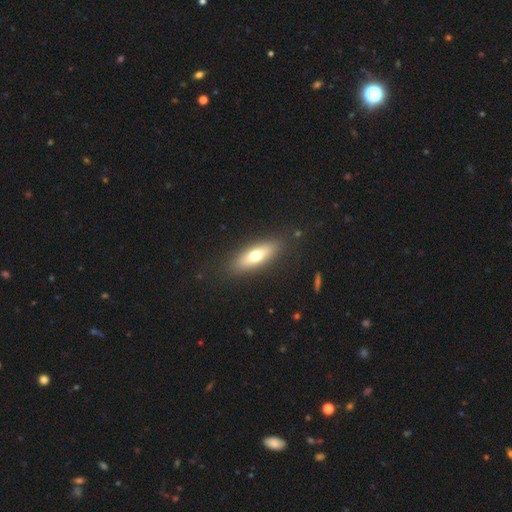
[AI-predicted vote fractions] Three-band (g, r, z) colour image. It shows a smooth galaxy with no disk features (65%) that is in between round and cigar-shaped (57%). Merging: none (87%).